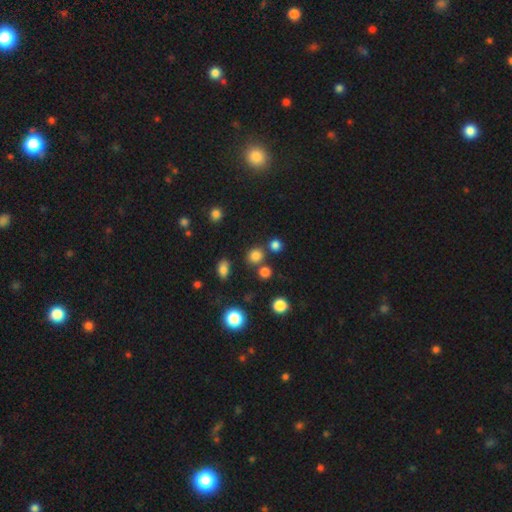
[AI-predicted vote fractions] Morphology: type=smooth (78%); roundness=round (78%); merging=none (76%).